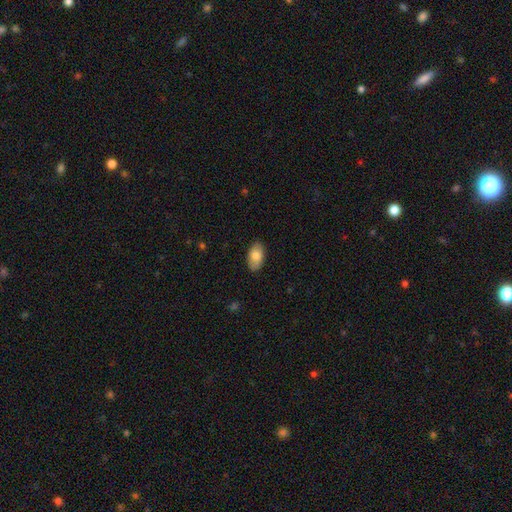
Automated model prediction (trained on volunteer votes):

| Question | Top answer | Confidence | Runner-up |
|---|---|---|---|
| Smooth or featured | smooth | 80% | featured or disk (14%) |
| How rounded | in between | 94% | round (4%) |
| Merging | none | 86% | minor disturbance (11%) |